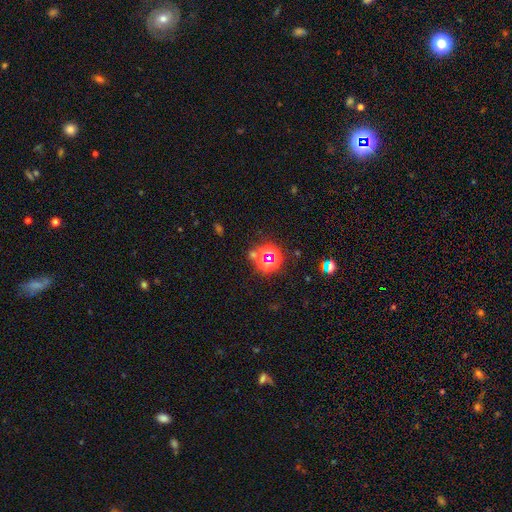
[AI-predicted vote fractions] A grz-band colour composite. It shows a star or artifact, not a galaxy (71%).